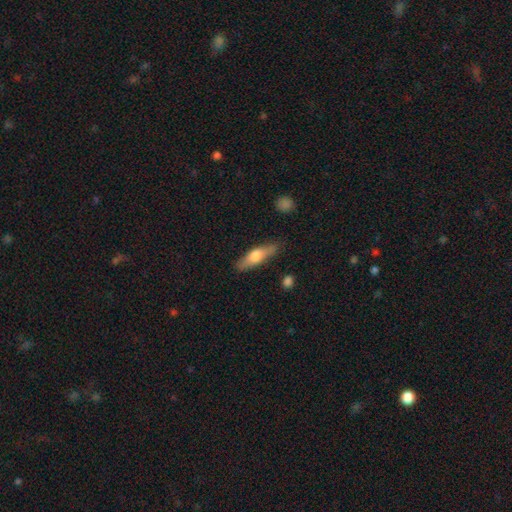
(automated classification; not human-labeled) The model was most divided on "smooth or featured": smooth: 57%, featured or disk: 37%, star or artifact: 6%. More confident: merging — none (81%); how rounded — cigar-shaped (63%).